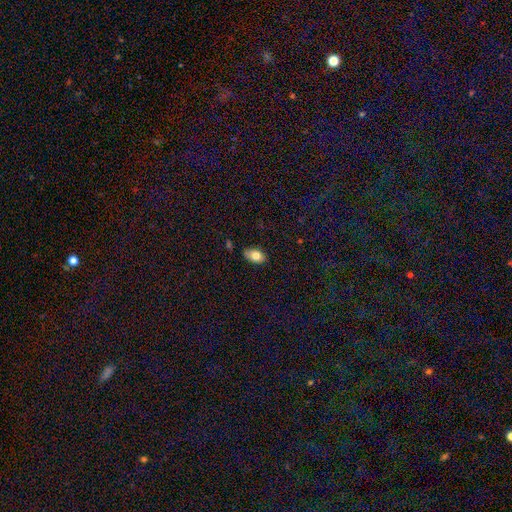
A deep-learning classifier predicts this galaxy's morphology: smooth_or_featured: smooth (p=0.79) [alt: featured or disk p=0.13]
how_rounded: in between (p=0.92) [alt: round p=0.07]
merging: none (p=0.79) [alt: minor disturbance p=0.16]